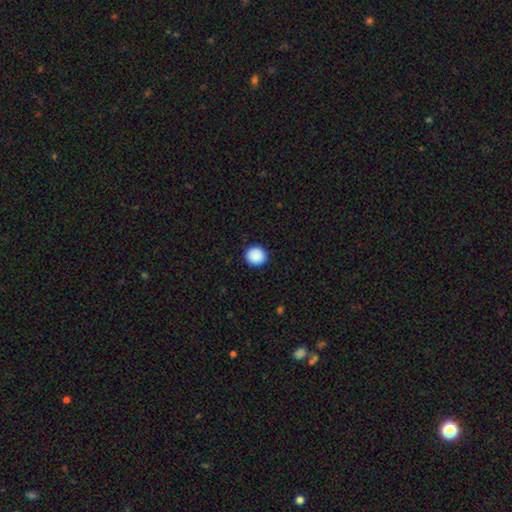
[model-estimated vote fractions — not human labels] Q: Smooth or featured?
A: smooth (90%); runner-up: star or artifact (8%)
Q: How rounded?
A: round (91%); runner-up: in between (8%)
Q: Merging?
A: none (92%); runner-up: minor disturbance (6%)